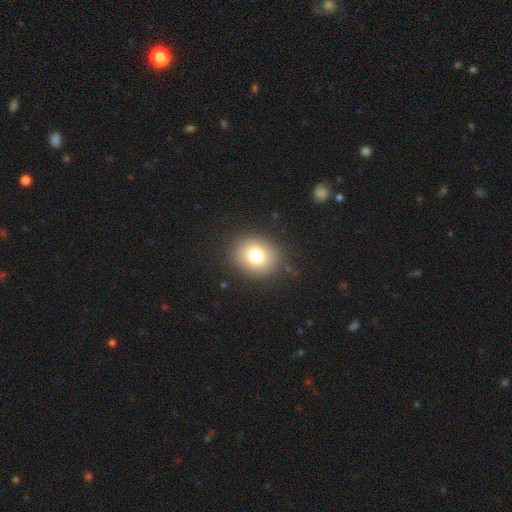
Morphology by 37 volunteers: Smooth or featured: smooth — 78% (featured or disk — 16%)
How rounded: round — 76% (in between — 24%)
Merging: none — 80% (minor disturbance — 9%)